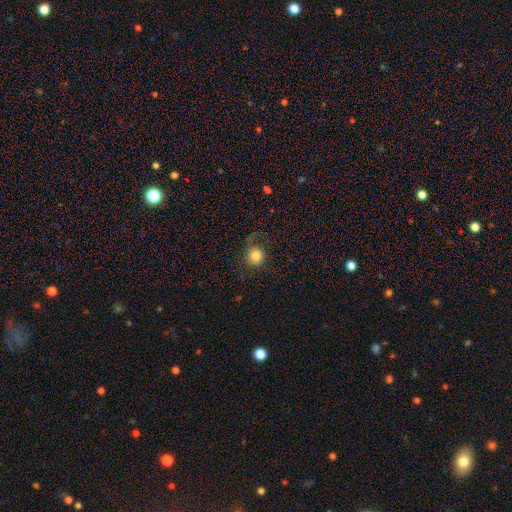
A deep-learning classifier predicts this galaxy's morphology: The model was most divided on "merging": none: 66%, minor disturbance: 19%, major disturbance: 14%, merger: 1%. More confident: how rounded — round (85%); smooth or featured — smooth (79%).